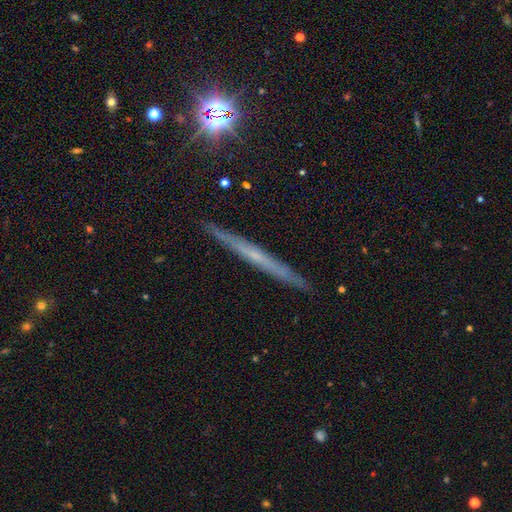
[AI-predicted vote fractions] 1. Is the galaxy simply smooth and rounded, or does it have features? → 63% featured or disk, 27% smooth, 10% star or artifact.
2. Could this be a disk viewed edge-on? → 97% yes, 3% no.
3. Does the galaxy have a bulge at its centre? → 73% none, 22% rounded, 4% boxy.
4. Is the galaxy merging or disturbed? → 91% none, 7% minor disturbance, 1% major disturbance, 1% merger.